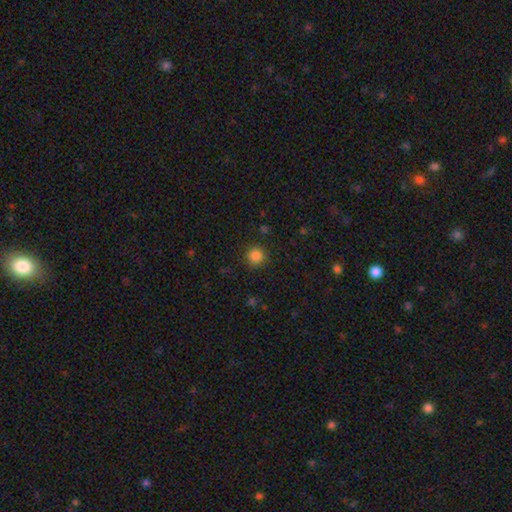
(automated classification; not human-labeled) This is clearly a smooth galaxy (85%). How rounded: clearly round (93%). Merging: clearly none (89%).